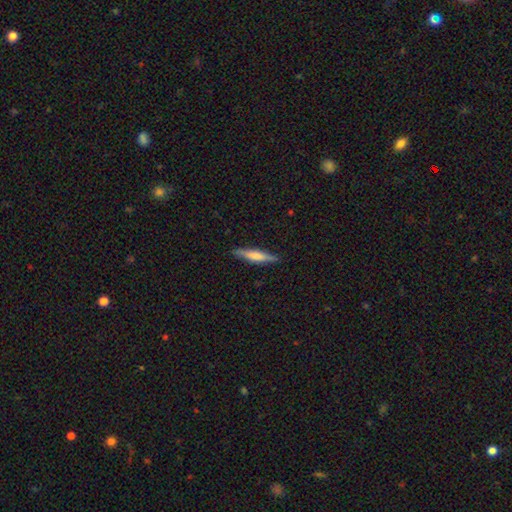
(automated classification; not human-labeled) Smooth or featured? smooth (51%)
How rounded? cigar-shaped (88%)
Merging? none (89%)